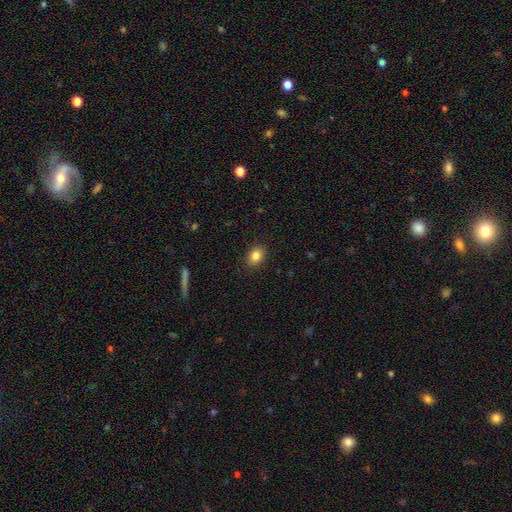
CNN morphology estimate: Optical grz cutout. It shows a smooth galaxy with no disk features (85%) that is in between round and cigar-shaped (68%). Merging: none (88%).